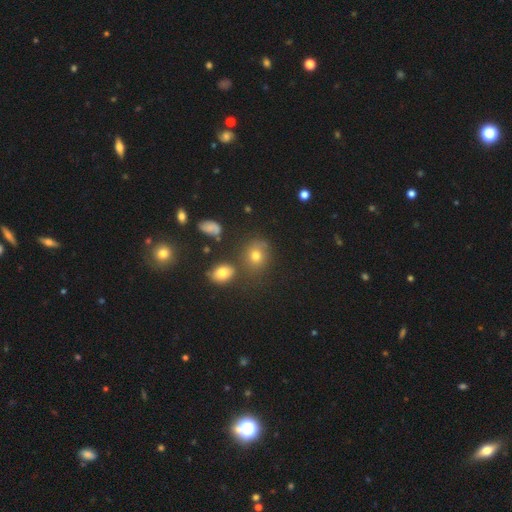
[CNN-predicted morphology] Smooth or featured? smooth (70%)
How rounded? round (67%)
Merging? none (66%)